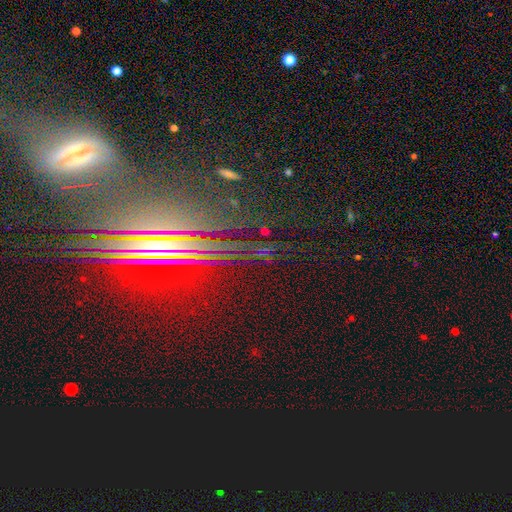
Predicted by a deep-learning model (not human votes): star or artifact 73%, featured or disk 18%, smooth 9%.